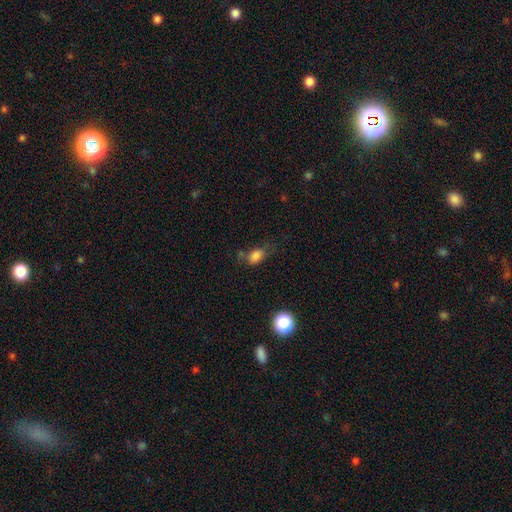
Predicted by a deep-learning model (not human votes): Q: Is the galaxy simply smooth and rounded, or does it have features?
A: smooth — 81%.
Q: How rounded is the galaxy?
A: in between — 81%.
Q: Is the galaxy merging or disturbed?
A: none — 50%.